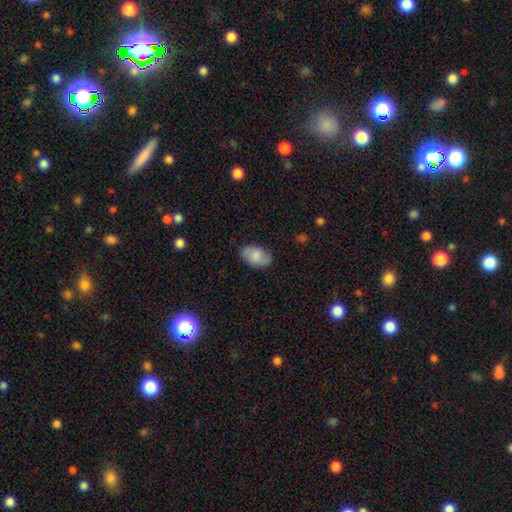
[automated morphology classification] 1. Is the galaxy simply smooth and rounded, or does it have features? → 76% smooth, 17% featured or disk, 7% star or artifact.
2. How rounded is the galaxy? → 91% in between, 7% round, 1% cigar-shaped.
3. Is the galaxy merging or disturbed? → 81% none, 15% minor disturbance, 3% major disturbance, 1% merger.